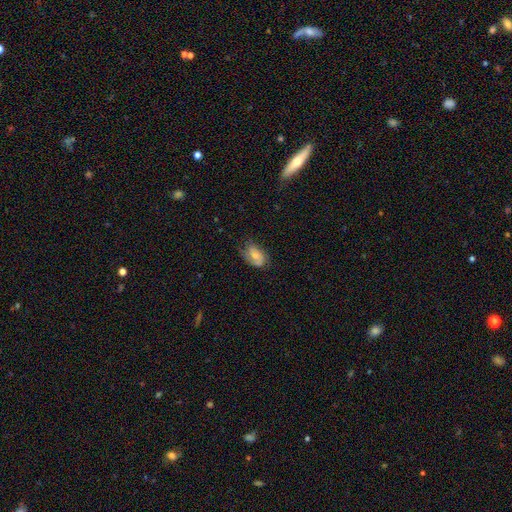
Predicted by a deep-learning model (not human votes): A smooth galaxy with no disk features (50%). Merging: none (58%).